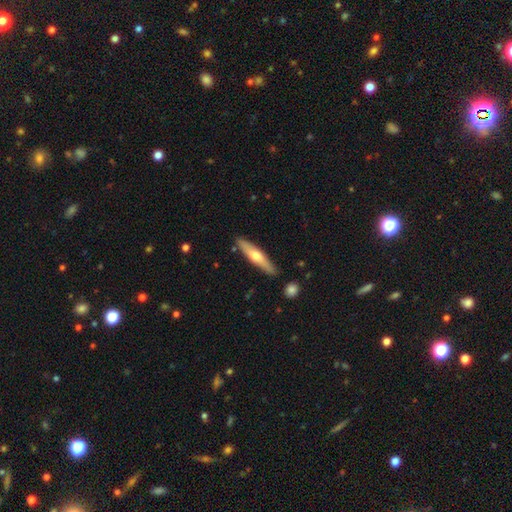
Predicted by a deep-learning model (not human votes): smooth_or_featured: smooth (p=0.48) [alt: featured or disk p=0.47]
merging: none (p=0.87) [alt: minor disturbance p=0.09]